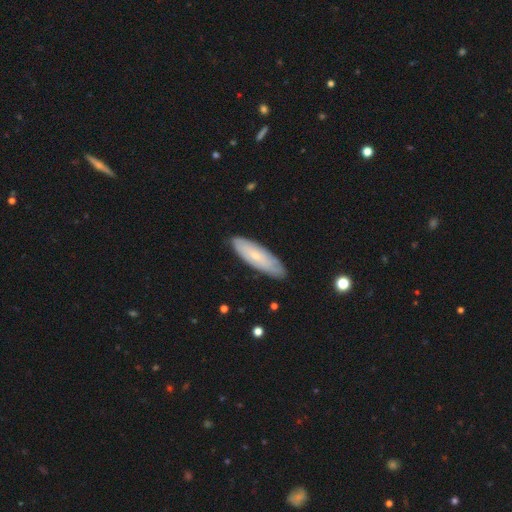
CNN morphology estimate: A smooth galaxy with no disk features (52%) that is cigar-shaped (52%).

Vote fractions:
- Smooth or featured? smooth: 52% / featured or disk: 42% / star or artifact: 6%
- How rounded? cigar-shaped: 52% / in between: 47% / round: 2%
- Merging? none: 84% / minor disturbance: 13% / major disturbance: 2% / merger: 1%